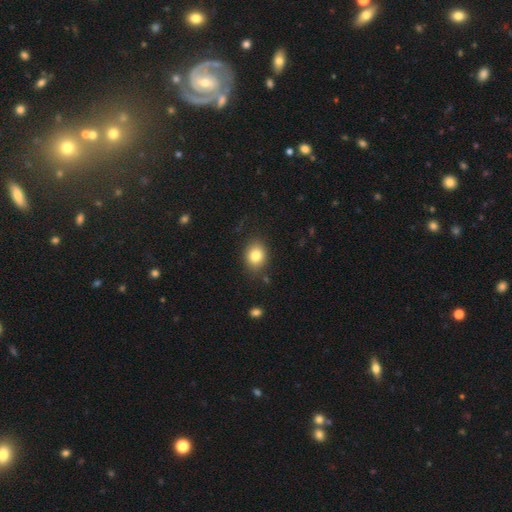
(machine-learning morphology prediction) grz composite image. It shows a smooth galaxy with no disk features (82%) that is round (52%). Merging: none (83%).